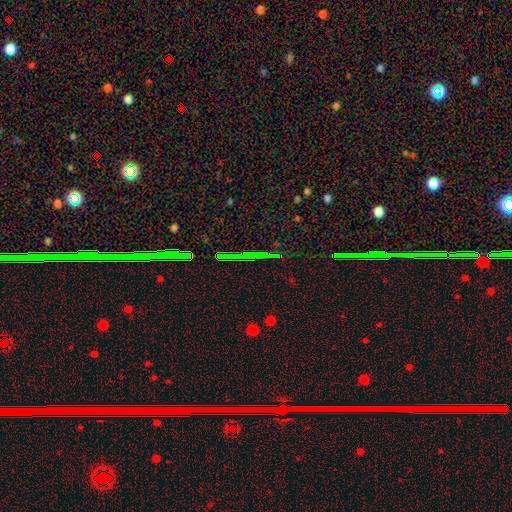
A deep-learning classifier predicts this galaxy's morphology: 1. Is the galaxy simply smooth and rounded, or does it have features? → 81% star or artifact, 10% smooth, 9% featured or disk.